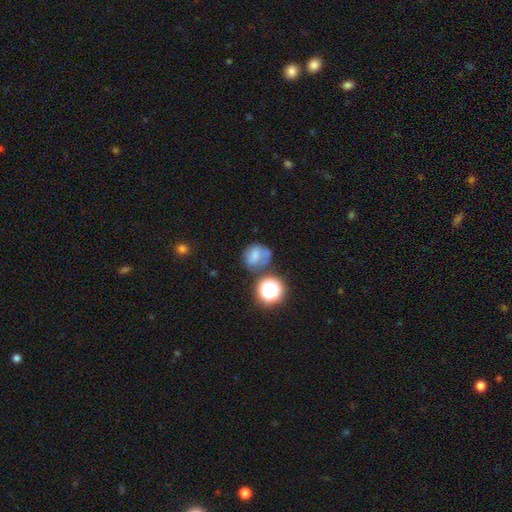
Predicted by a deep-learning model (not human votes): Overall: smooth (58%; featured or disk 24%). How rounded: round (70%). Merging: none (49%; minor disturbance 23%).